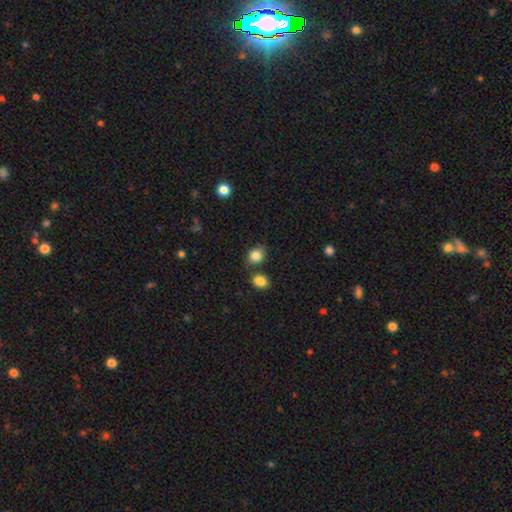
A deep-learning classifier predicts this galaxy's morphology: This appears to be a smooth galaxy with no disk features (85%) that is round (53%). Merging: none (69%).